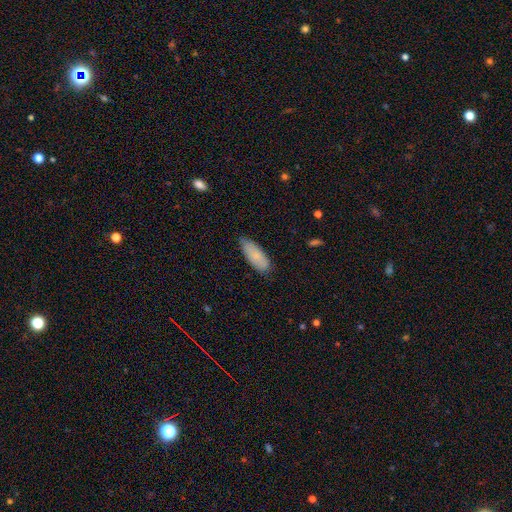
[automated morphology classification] Q: Smooth or featured?
A: smooth (80%); runner-up: featured or disk (13%)
Q: How rounded?
A: in between (76%); runner-up: cigar-shaped (22%)
Q: Merging?
A: none (75%); runner-up: minor disturbance (21%)